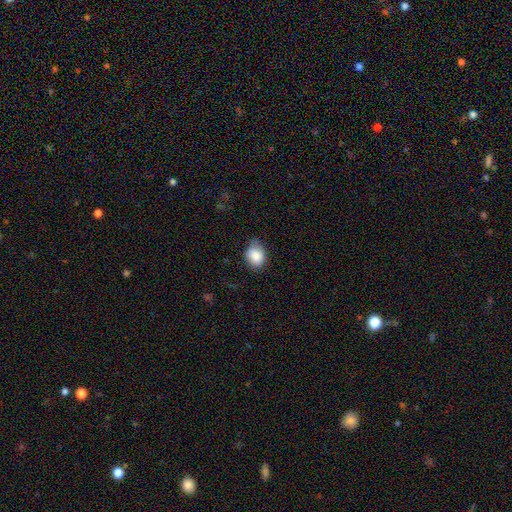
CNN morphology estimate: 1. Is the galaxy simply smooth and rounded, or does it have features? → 86% smooth, 8% star or artifact, 7% featured or disk.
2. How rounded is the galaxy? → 55% in between, 44% round, 1% cigar-shaped.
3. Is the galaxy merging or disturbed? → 65% none, 29% minor disturbance, 5% major disturbance, 1% merger.